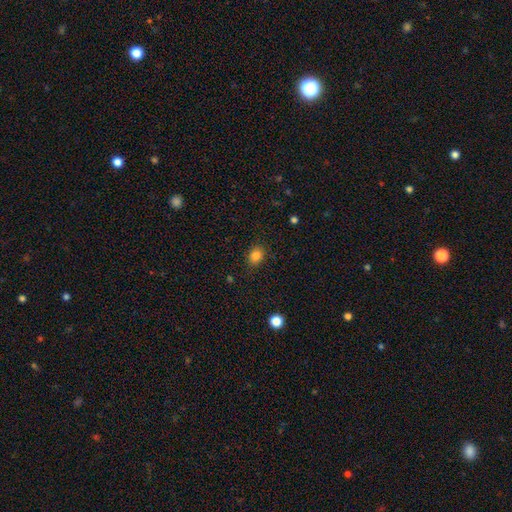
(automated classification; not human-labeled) The model was most divided on "how rounded": in between: 53%, round: 46%, cigar-shaped: 1%. More confident: merging — none (85%); smooth or featured — smooth (83%).